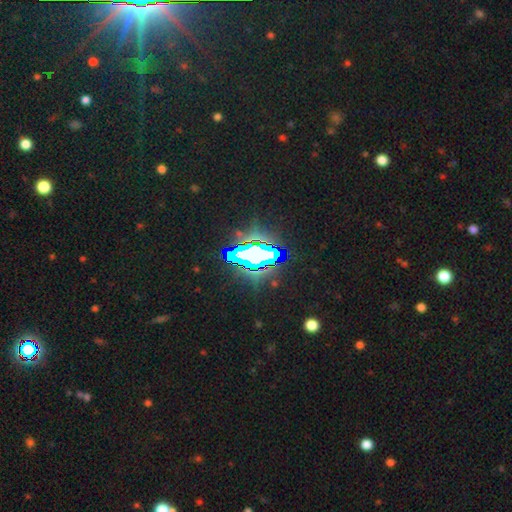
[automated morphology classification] Q: Smooth or featured?
A: star or artifact (71%); runner-up: smooth (15%)